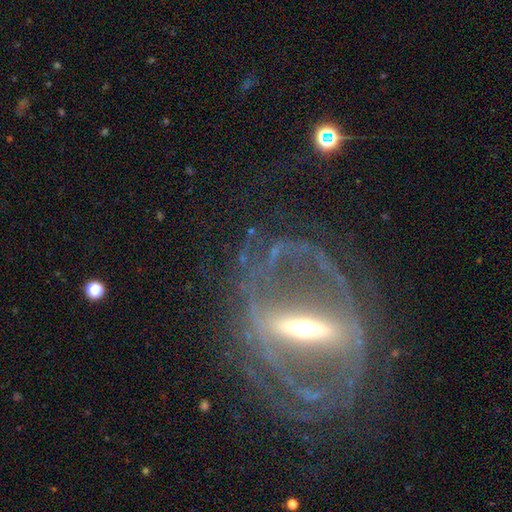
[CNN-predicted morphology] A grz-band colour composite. It shows a featured or disk galaxy (87%) with a strong bar (81%), spiral arms (75%) and a moderate central bulge (56%). Merging: none (62%).